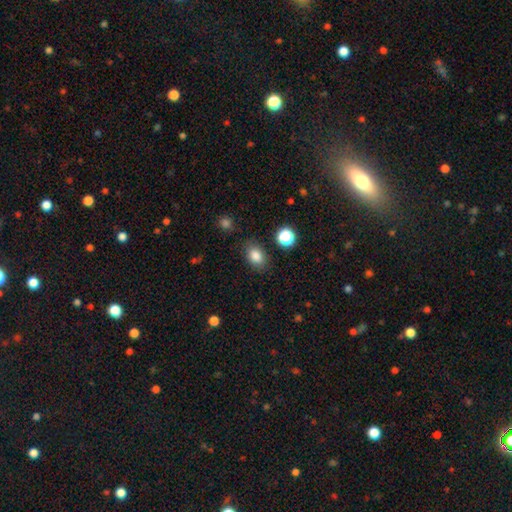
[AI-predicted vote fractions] Morphology: type=smooth (83%); roundness=in between (77%); merging=none (81%).